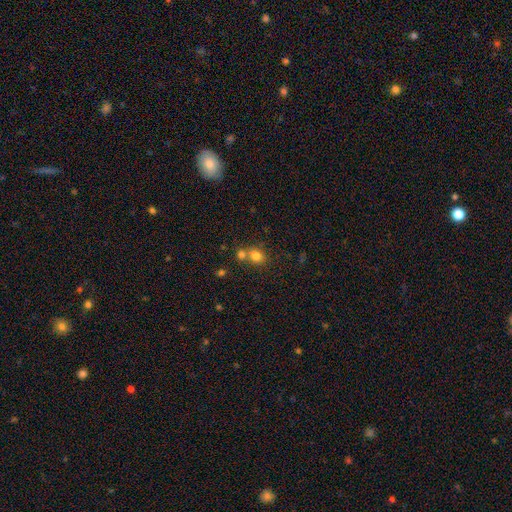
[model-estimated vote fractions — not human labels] Overall: smooth (79%). How rounded: round (70%). Merging: none (48%; merger 42%).